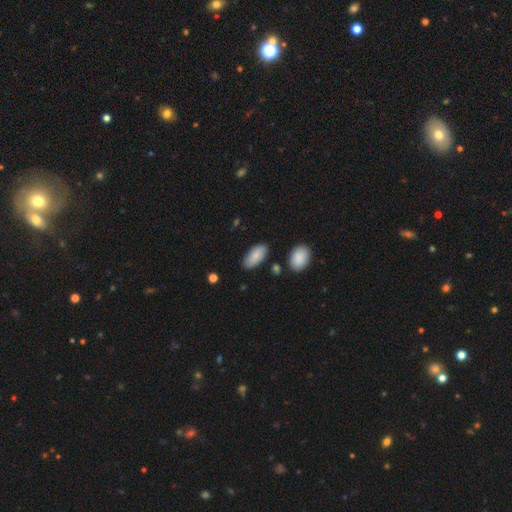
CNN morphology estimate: Smooth or featured? Predicted: smooth (p=0.84). How rounded? Predicted: in between (p=0.91). Merging? Predicted: none (p=0.81).